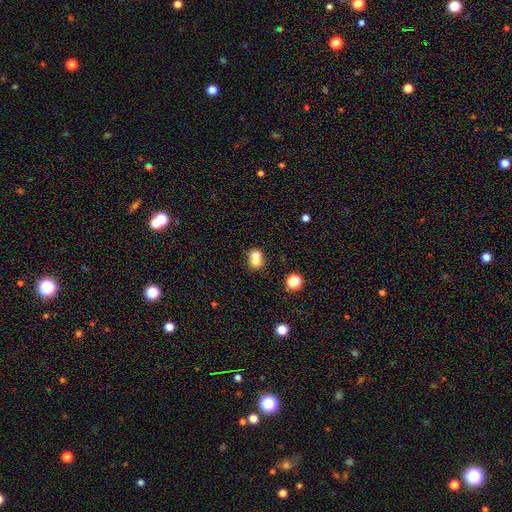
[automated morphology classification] Smooth or featured? Predicted: smooth (p=0.68). How rounded? Predicted: round (p=0.62). Merging? Predicted: merger (p=0.64).